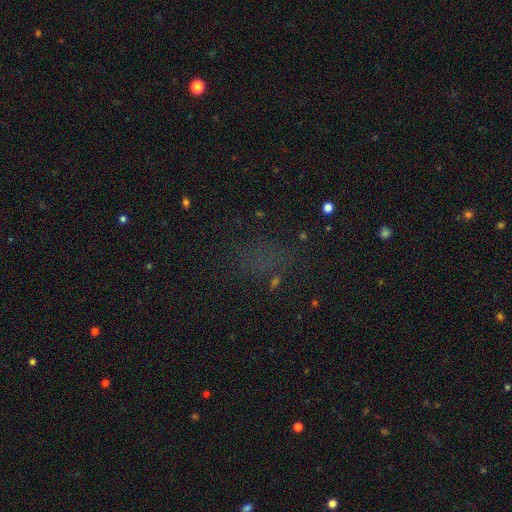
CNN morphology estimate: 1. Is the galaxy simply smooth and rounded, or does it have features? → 52% star or artifact, 36% smooth, 12% featured or disk.